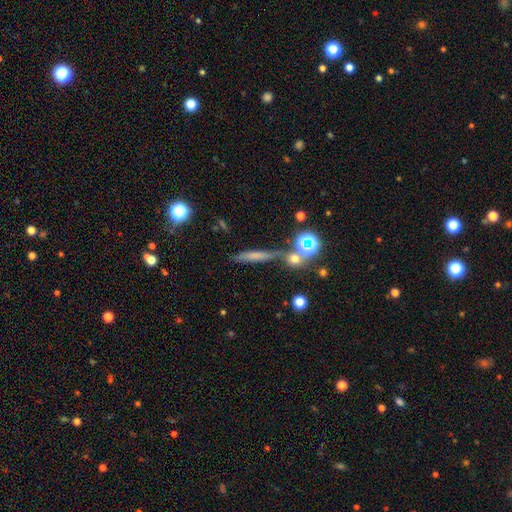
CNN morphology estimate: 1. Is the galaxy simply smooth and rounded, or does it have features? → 56% smooth, 25% featured or disk, 19% star or artifact.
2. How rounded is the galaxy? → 82% cigar-shaped, 10% in between, 8% round.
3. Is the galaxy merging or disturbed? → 67% none, 14% minor disturbance, 13% merger, 7% major disturbance.